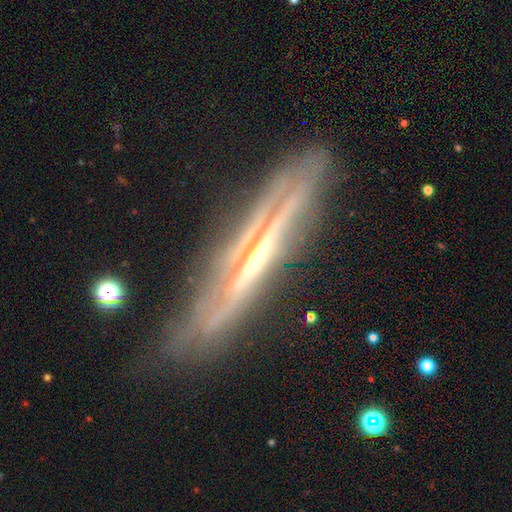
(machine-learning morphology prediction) smooth-or-featured: featured or disk: 82% | smooth: 11% | star or artifact: 7%
  disk-edge-on: yes: 90% | no: 10%
    edge-on-bulge: rounded: 62% | none: 29% | boxy: 9%
  merging: none: 76% | minor disturbance: 17% | major disturbance: 5% | merger: 2%